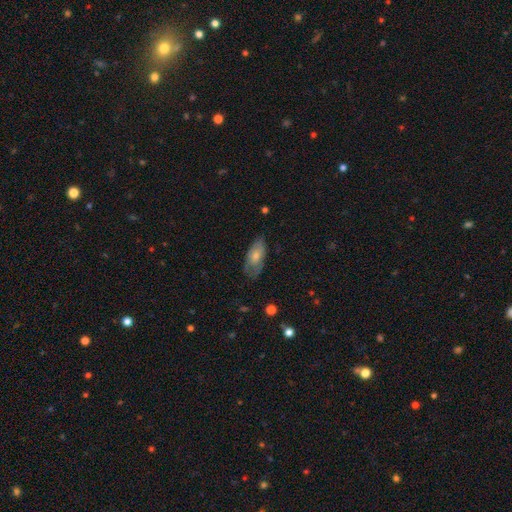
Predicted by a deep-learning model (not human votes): This appears to be a smooth galaxy with no disk features (59%) that is in between round and cigar-shaped (89%). Merging: none (64%).